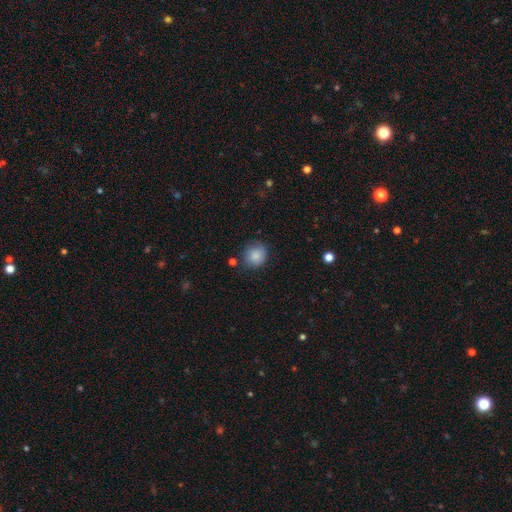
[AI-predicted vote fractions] smooth-or-featured: smooth: 86% | star or artifact: 8% | featured or disk: 6%
  how-rounded: round: 84% | in between: 15% | cigar-shaped: 1%
  merging: none: 76% | minor disturbance: 17% | major disturbance: 4% | merger: 3%